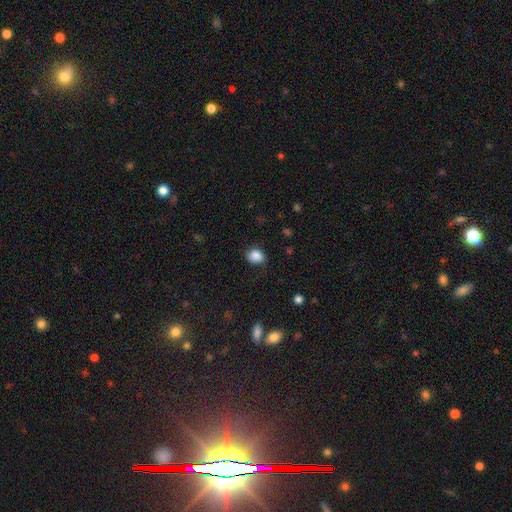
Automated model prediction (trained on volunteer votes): This appears to be a smooth galaxy with no disk features (84%) that is in between round and cigar-shaped (57%). Merging: none (74%).